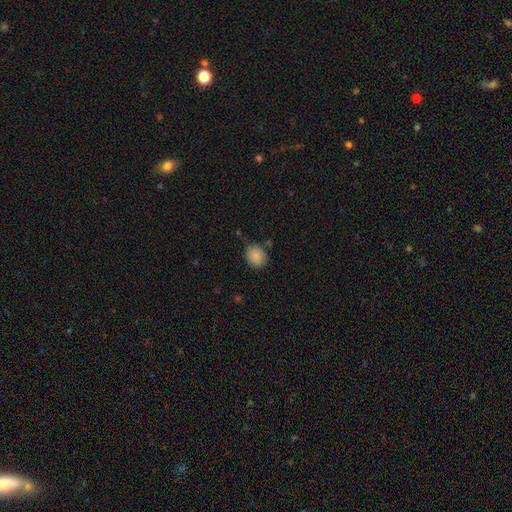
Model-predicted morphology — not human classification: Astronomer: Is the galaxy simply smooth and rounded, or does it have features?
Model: smooth — 87%.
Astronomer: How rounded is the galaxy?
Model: round — 62%.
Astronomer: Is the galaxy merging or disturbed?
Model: none — 72%.